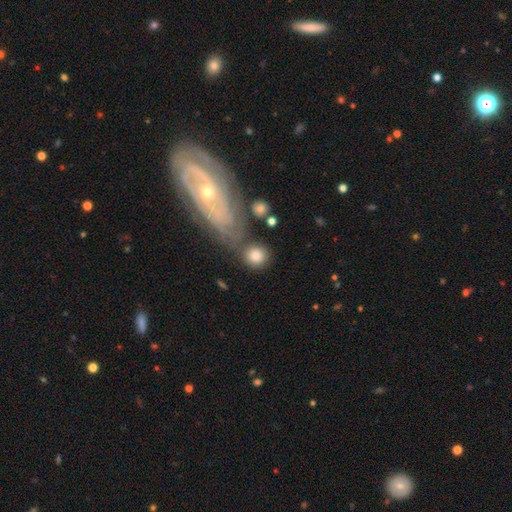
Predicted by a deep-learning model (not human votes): A smooth galaxy with no disk features (80%) that is round (87%).

Vote fractions:
- Smooth or featured? smooth: 80% / featured or disk: 12% / star or artifact: 8%
- How rounded? round: 87% / in between: 12% / cigar-shaped: 2%
- Merging? none: 66% / merger: 15% / minor disturbance: 12% / major disturbance: 7%